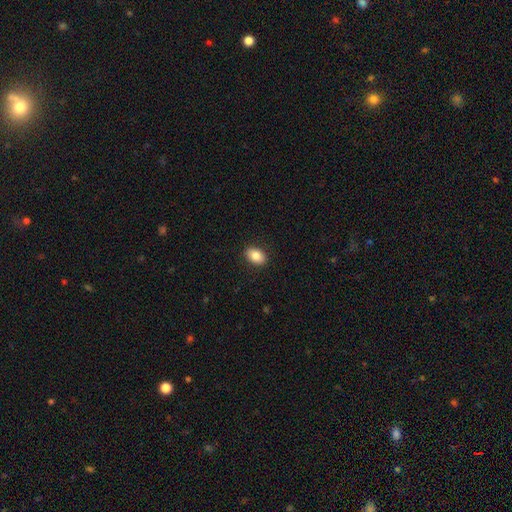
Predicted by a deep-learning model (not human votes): Smooth or featured?
  - smooth: 85% *
  - star or artifact: 8%
  - featured or disk: 7%
How rounded?
  - in between: 84% *
  - round: 14%
  - cigar-shaped: 1%
Merging?
  - none: 90% *
  - minor disturbance: 8%
  - major disturbance: 2%
  - merger: 1%